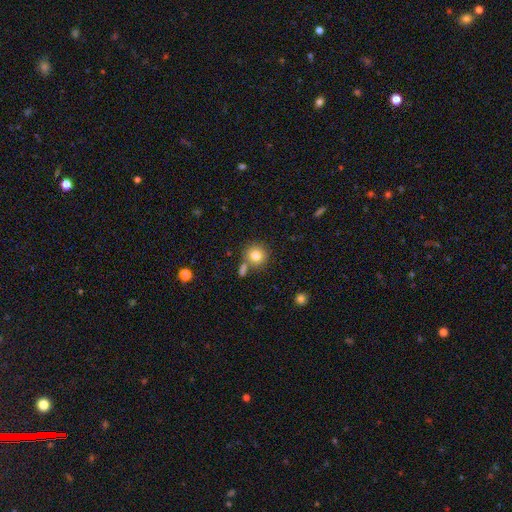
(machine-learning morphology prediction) smooth 81%, star or artifact 10%, featured or disk 9%. Down the decision tree: how rounded — round (90%); merging — none (71%).